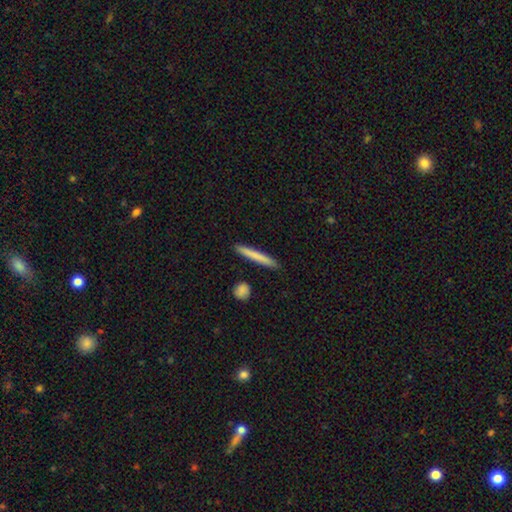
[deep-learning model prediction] Morphology: type=smooth (75%); roundness=cigar-shaped (96%); merging=none (91%).